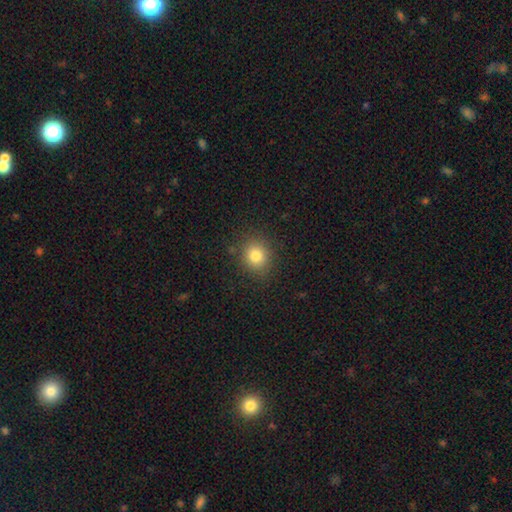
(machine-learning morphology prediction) Smooth or featured? smooth (80%)
How rounded? round (80%)
Merging? none (87%)